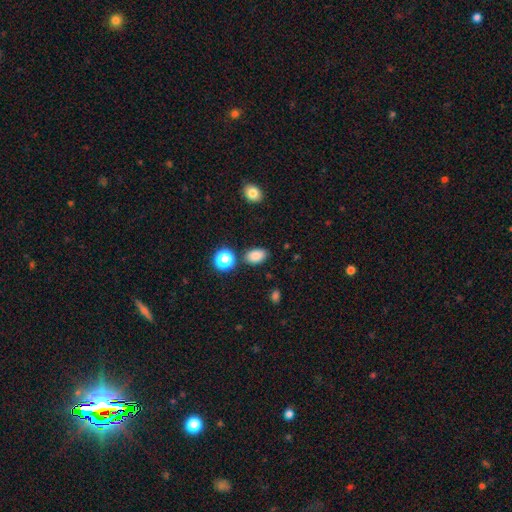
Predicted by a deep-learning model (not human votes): A smooth galaxy with no disk features (84%) that is in between round and cigar-shaped (84%).

Vote fractions:
- Smooth or featured? smooth: 84% / star or artifact: 12% / featured or disk: 4%
- How rounded? in between: 84% / round: 15% / cigar-shaped: 1%
- Merging? none: 82% / minor disturbance: 10% / merger: 4% / major disturbance: 3%